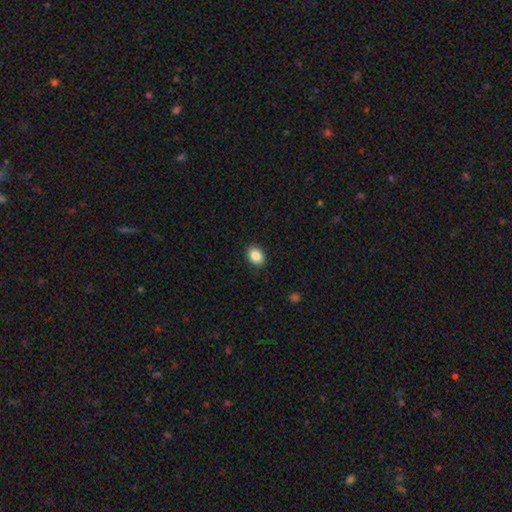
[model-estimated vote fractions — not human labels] Smooth or featured?
  - smooth: 87% *
  - star or artifact: 9%
  - featured or disk: 5%
How rounded?
  - in between: 66% *
  - round: 33%
  - cigar-shaped: 1%
Merging?
  - none: 90% *
  - minor disturbance: 7%
  - major disturbance: 2%
  - merger: 1%